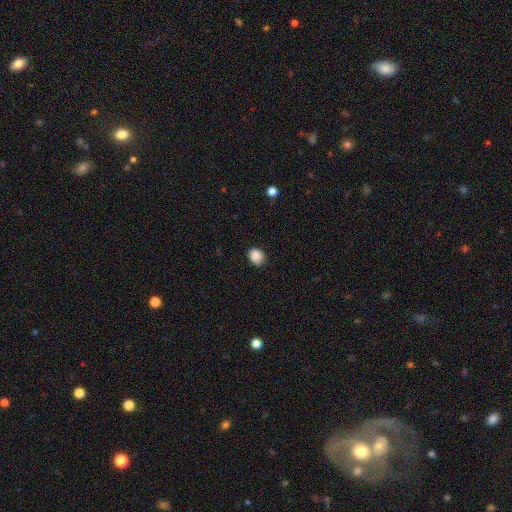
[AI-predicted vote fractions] A smooth galaxy with no disk features (87%) that is round (64%).

Vote fractions:
- Smooth or featured? smooth: 87% / star or artifact: 9% / featured or disk: 4%
- How rounded? round: 64% / in between: 35% / cigar-shaped: 1%
- Merging? none: 75% / minor disturbance: 20% / major disturbance: 3% / merger: 1%